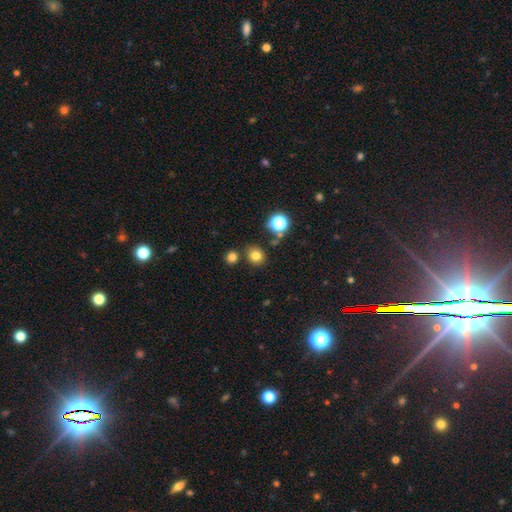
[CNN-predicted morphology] This appears to be a smooth galaxy with no disk features (77%) that is round (77%). Merging: none (78%).